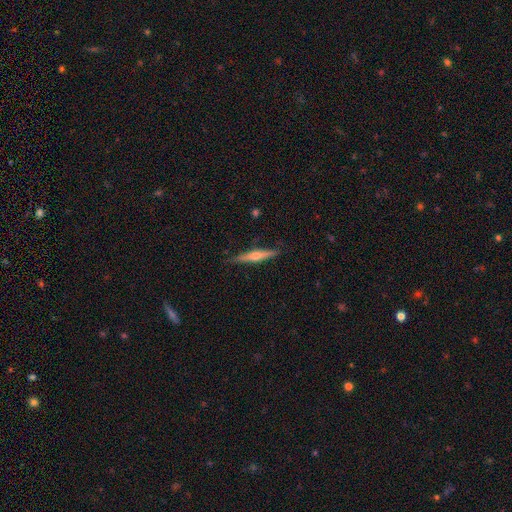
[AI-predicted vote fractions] Smooth or featured?
  - featured or disk: 64% *
  - smooth: 30%
  - star or artifact: 6%
Edge-on disk?
  - yes: 97% *
  - no: 3%
Edge-on bulge?
  - rounded: 87% *
  - none: 7%
  - boxy: 5%
Merging?
  - none: 85% *
  - minor disturbance: 11%
  - major disturbance: 2%
  - merger: 1%